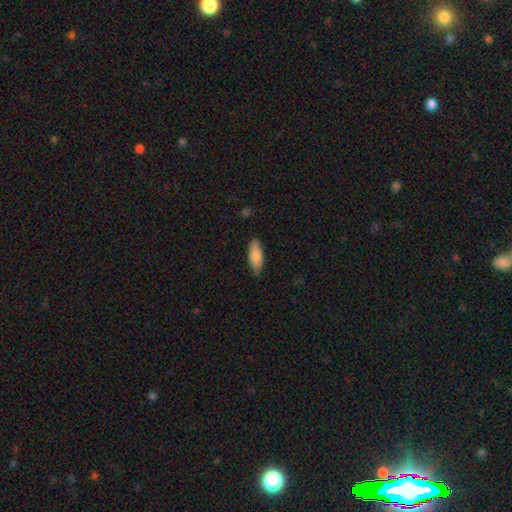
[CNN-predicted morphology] smooth 85%, featured or disk 9%, star or artifact 6%. Down the decision tree: how rounded — in between (70%); merging — none (81%).